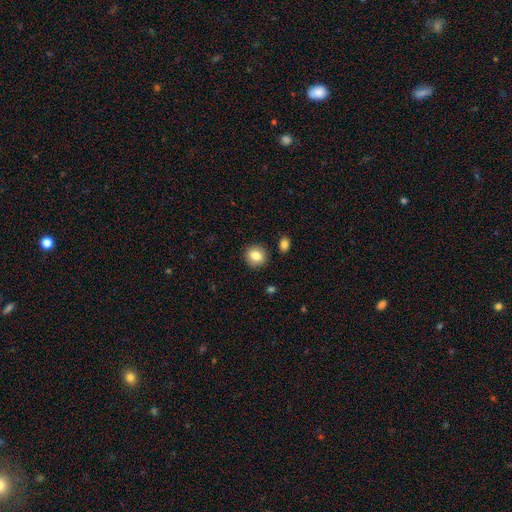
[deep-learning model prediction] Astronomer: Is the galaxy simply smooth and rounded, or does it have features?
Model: smooth — 83%.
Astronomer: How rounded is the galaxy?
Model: round — 82%.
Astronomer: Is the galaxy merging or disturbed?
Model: none — 89%.